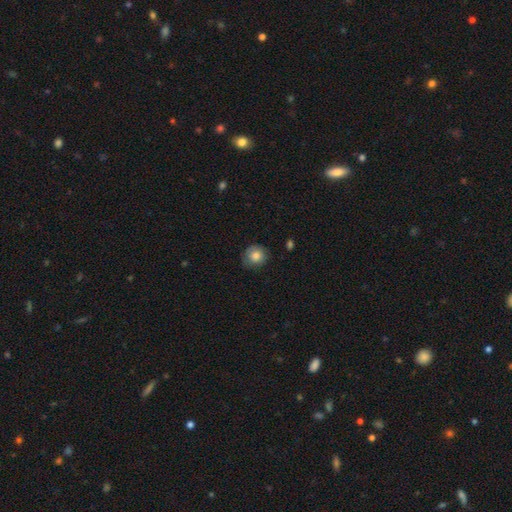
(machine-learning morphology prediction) smooth-or-featured: smooth: 81% | featured or disk: 10% | star or artifact: 9%
  how-rounded: round: 84% | in between: 15% | cigar-shaped: 1%
  merging: none: 73% | minor disturbance: 21% | major disturbance: 5% | merger: 1%